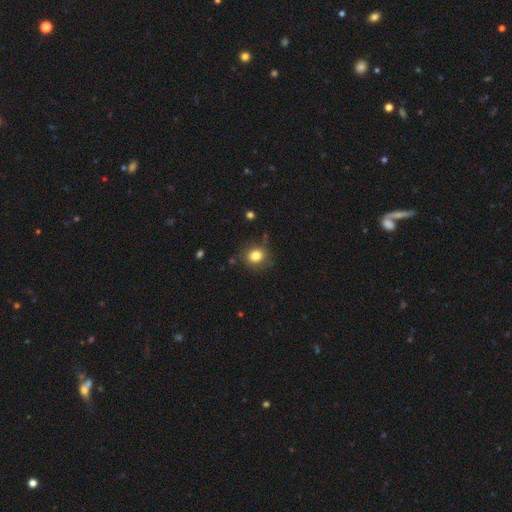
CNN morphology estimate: Smooth or featured? Predicted: smooth (p=0.82). How rounded? Predicted: round (p=0.74). Merging? Predicted: none (p=0.80).